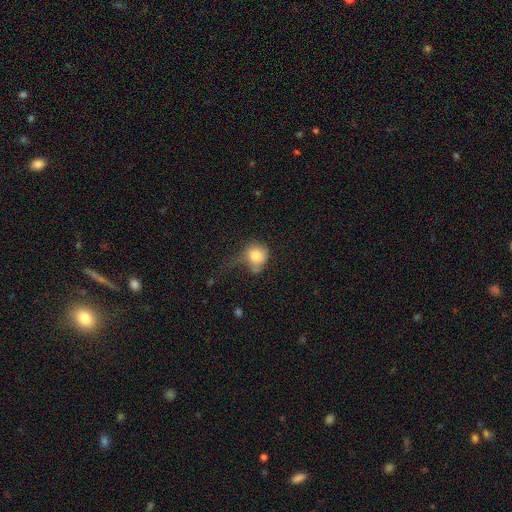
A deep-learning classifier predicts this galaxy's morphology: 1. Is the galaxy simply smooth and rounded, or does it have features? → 78% smooth, 13% featured or disk, 10% star or artifact.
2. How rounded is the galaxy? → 77% round, 22% in between, 1% cigar-shaped.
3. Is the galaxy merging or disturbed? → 34% none, 31% minor disturbance, 28% major disturbance, 6% merger.